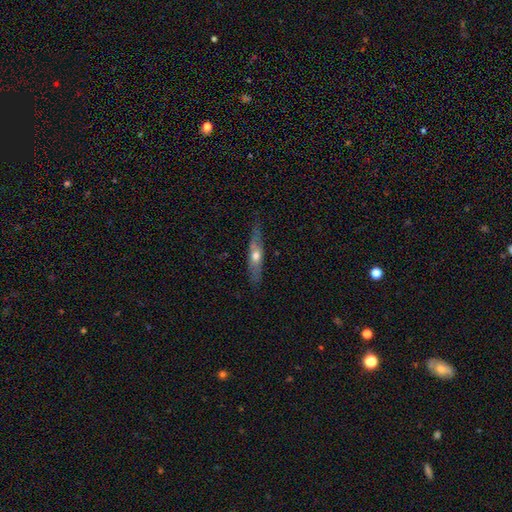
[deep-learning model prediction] Q: Smooth or featured?
A: featured or disk (49%); runner-up: smooth (45%)
Q: Merging?
A: none (75%); runner-up: minor disturbance (19%)